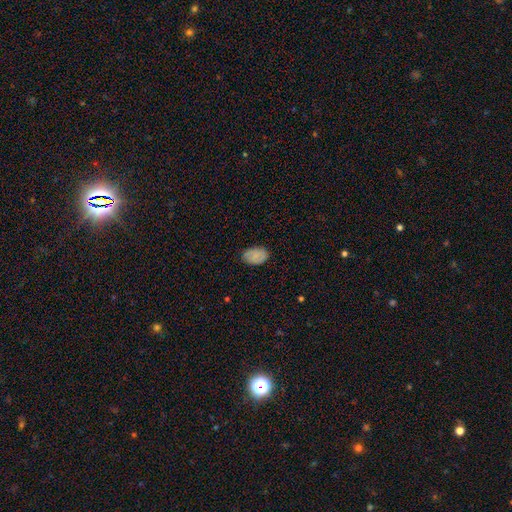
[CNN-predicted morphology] A smooth galaxy with no disk features (78%) that is in between round and cigar-shaped (87%). Merging: none (79%).